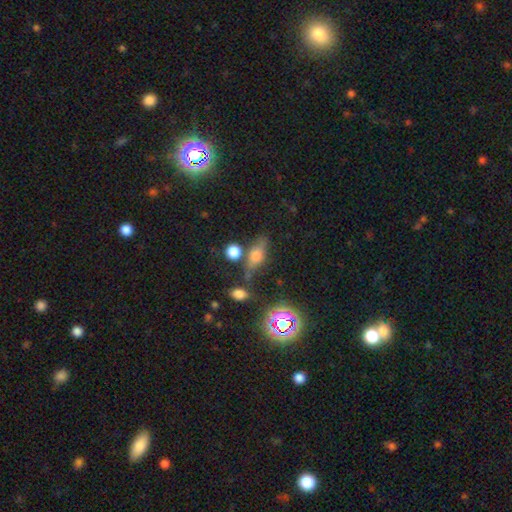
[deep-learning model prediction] This appears to be a smooth galaxy with no disk features (53%) that is in between round and cigar-shaped (57%). Merging: none (62%).